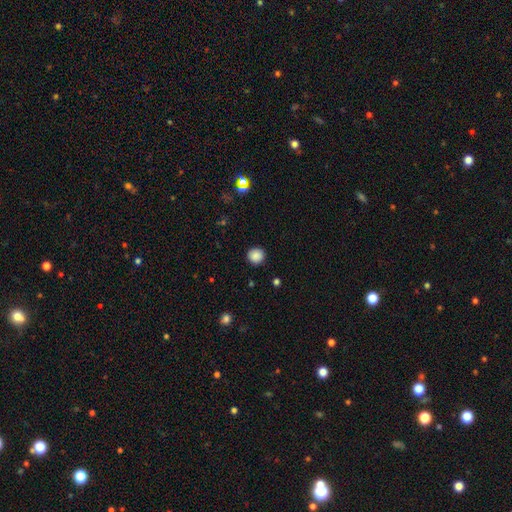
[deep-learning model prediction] Smooth or featured? smooth (87%)
How rounded? round (94%)
Merging? none (91%)